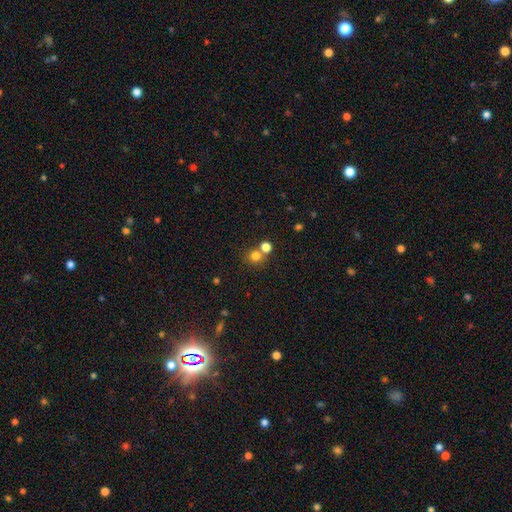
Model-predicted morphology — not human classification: smooth_or_featured: smooth (p=0.76) [alt: star or artifact p=0.16]
how_rounded: round (p=0.87) [alt: in between p=0.12]
merging: none (p=0.58) [alt: merger p=0.32]